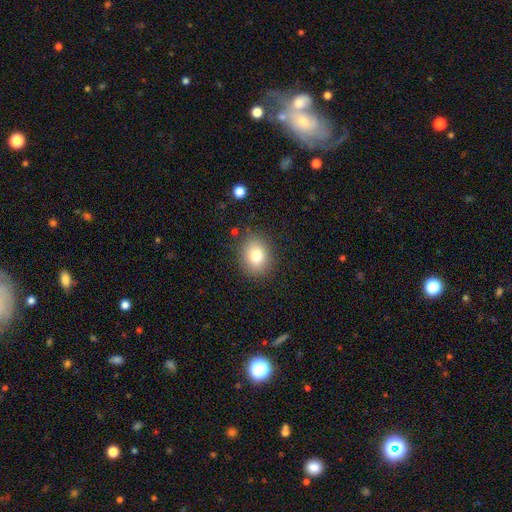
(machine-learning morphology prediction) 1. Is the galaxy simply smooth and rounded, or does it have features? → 80% smooth, 10% star or artifact, 10% featured or disk.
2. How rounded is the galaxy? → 54% round, 45% in between, 1% cigar-shaped.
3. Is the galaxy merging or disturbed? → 85% none, 10% minor disturbance, 3% major disturbance, 2% merger.